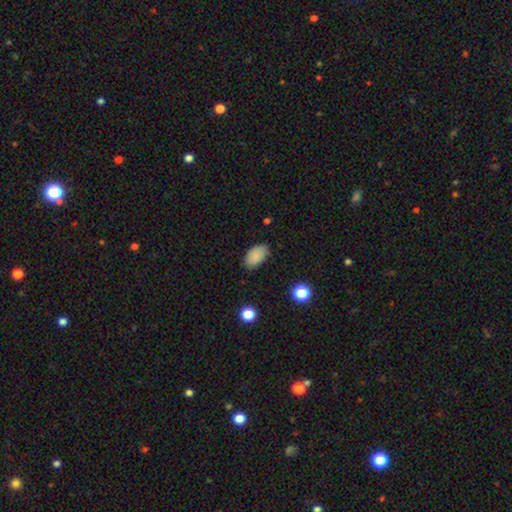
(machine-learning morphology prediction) Smooth or featured: smooth — 87% (star or artifact — 8%)
How rounded: in between — 92% (round — 6%)
Merging: none — 79% (minor disturbance — 16%)